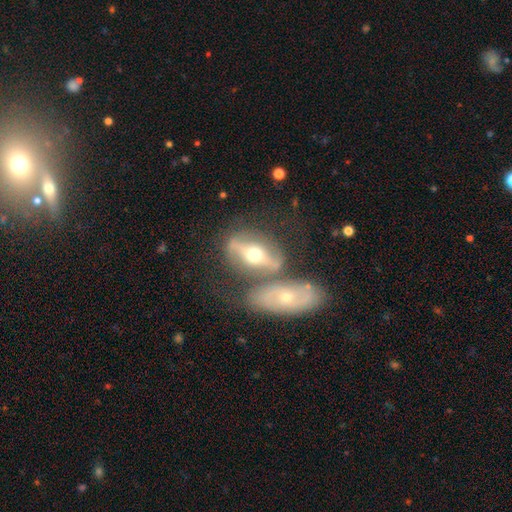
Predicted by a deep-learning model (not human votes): Smooth or featured? Predicted: featured or disk (p=0.67). Edge-on disk? Predicted: no (p=0.57). Merging? Predicted: none (p=0.49).